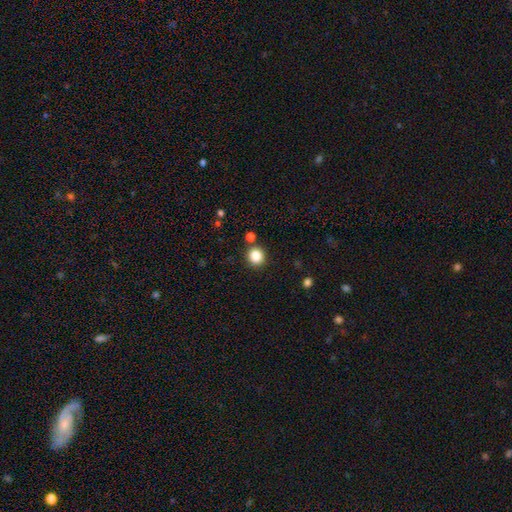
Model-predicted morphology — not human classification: This appears to be a smooth galaxy with no disk features (85%) that is round (89%). Merging: none (85%).